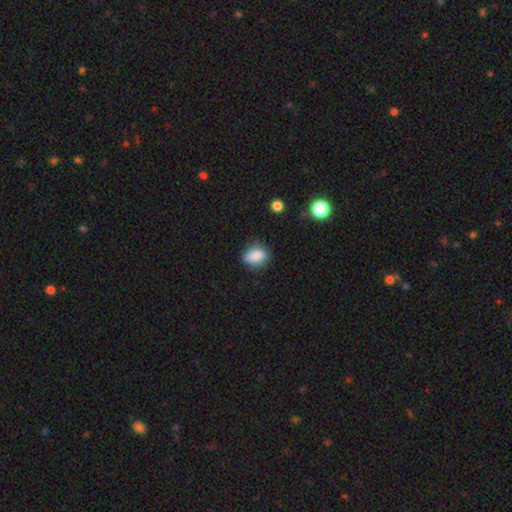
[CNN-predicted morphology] Smooth or featured: smooth — 83% (star or artifact — 9%)
How rounded: in between — 68% (round — 29%)
Merging: none — 72% (minor disturbance — 22%)